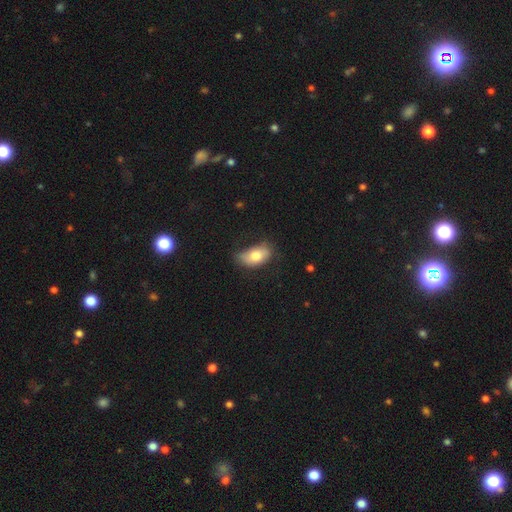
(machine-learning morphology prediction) Smooth or featured? smooth (75%)
How rounded? in between (91%)
Merging? none (52%)